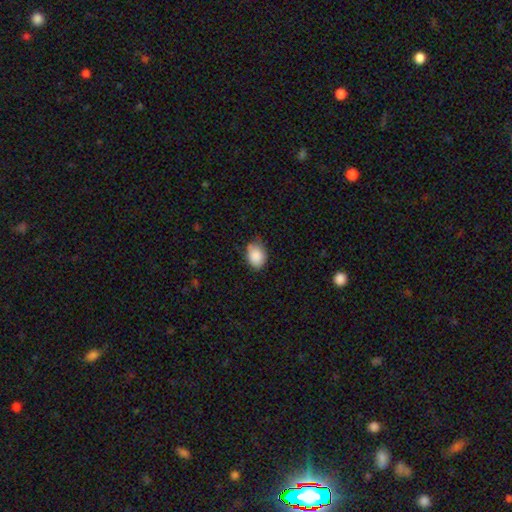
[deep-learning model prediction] This is clearly a smooth galaxy (88%). How rounded: likely in between (68%). Merging: likely none (65%).